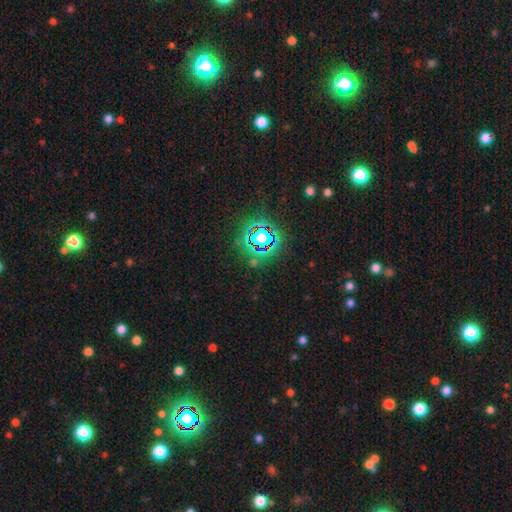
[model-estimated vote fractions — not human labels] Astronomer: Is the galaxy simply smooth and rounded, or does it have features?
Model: star or artifact — 82%.